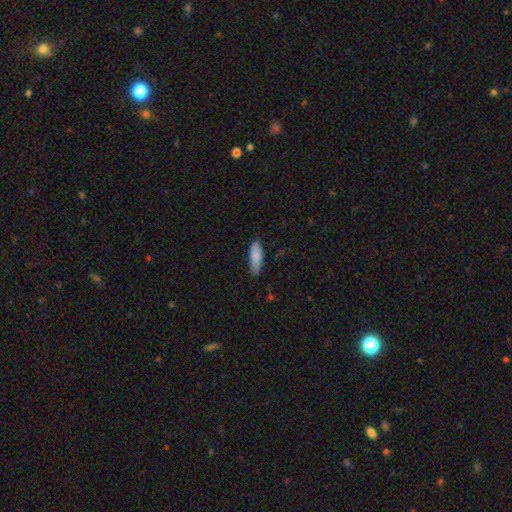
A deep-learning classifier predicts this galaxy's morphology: type=smooth (83%); roundness=in between (61%); merging=none (77%).